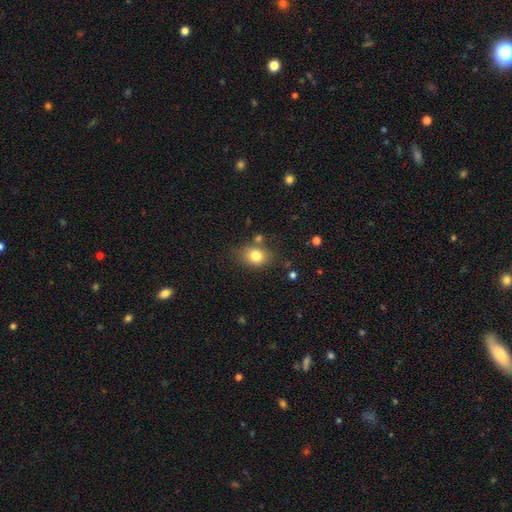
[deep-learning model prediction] Morphology: type=smooth (80%); roundness=in between (52%); merging=none (75%).